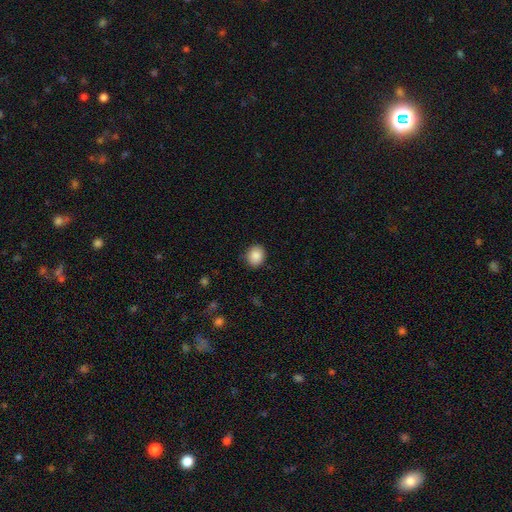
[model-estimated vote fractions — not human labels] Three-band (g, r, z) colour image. It shows a smooth galaxy with no disk features (88%) that is round (62%). Merging: none (88%).